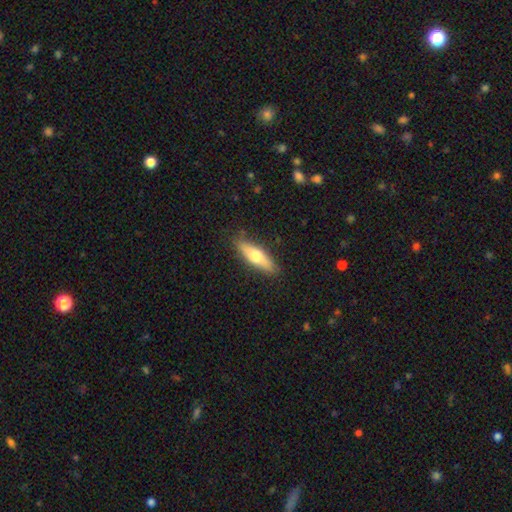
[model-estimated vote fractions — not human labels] Smooth or featured: smooth — 59% (featured or disk — 36%)
How rounded: cigar-shaped — 63% (in between — 35%)
Merging: none — 87% (minor disturbance — 10%)